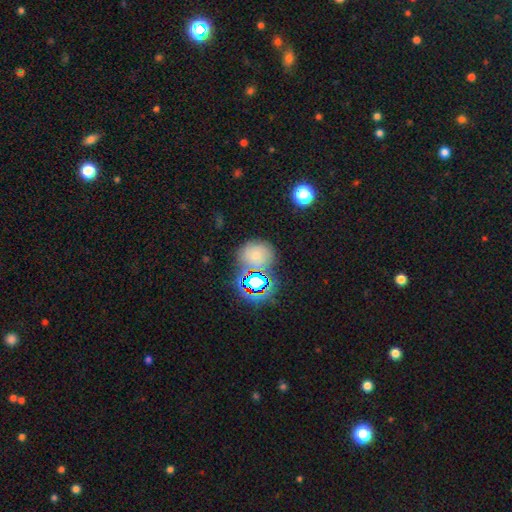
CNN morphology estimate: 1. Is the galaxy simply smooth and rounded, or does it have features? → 57% smooth, 31% star or artifact, 12% featured or disk.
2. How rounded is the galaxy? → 76% round, 23% in between, 1% cigar-shaped.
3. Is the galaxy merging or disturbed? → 67% none, 15% minor disturbance, 12% merger, 6% major disturbance.